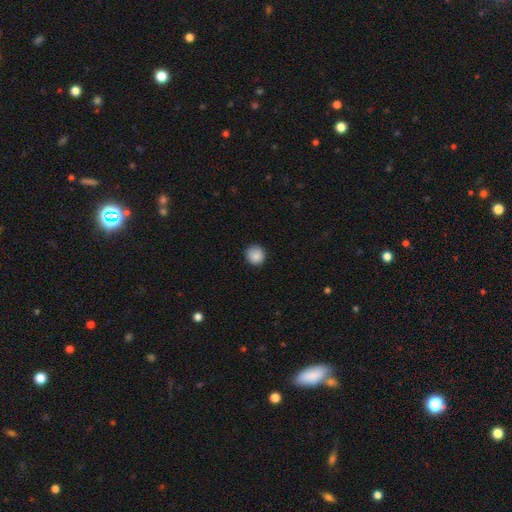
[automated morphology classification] Smooth or featured?
  - smooth: 88% *
  - star or artifact: 9%
  - featured or disk: 4%
How rounded?
  - round: 93% *
  - in between: 6%
  - cigar-shaped: 1%
Merging?
  - none: 88% *
  - minor disturbance: 9%
  - major disturbance: 2%
  - merger: 1%